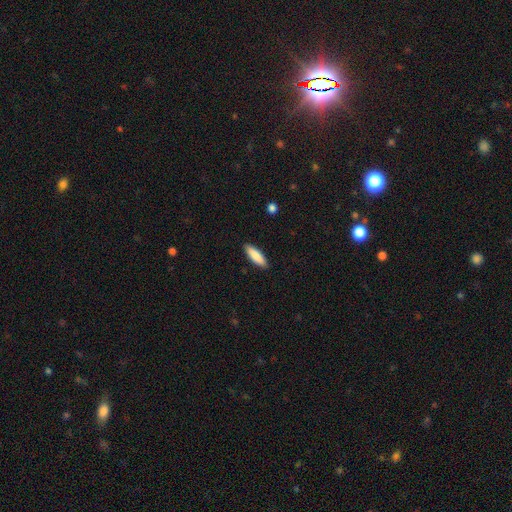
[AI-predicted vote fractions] Smooth or featured? smooth (85%)
How rounded? cigar-shaped (55%)
Merging? none (90%)